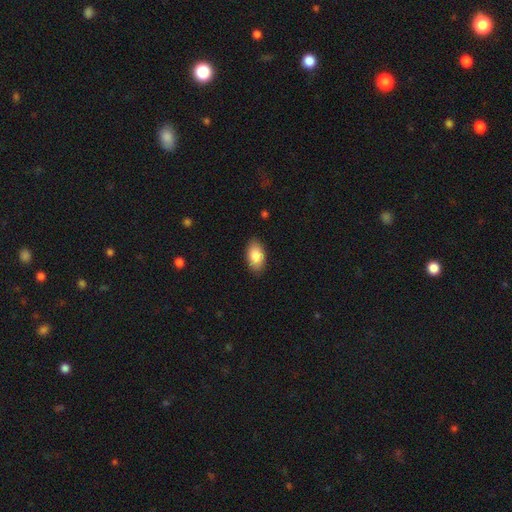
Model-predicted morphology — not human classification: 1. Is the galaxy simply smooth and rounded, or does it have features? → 86% smooth, 8% featured or disk, 7% star or artifact.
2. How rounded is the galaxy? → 94% in between, 5% round, 2% cigar-shaped.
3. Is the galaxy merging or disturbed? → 87% none, 10% minor disturbance, 2% major disturbance, 1% merger.